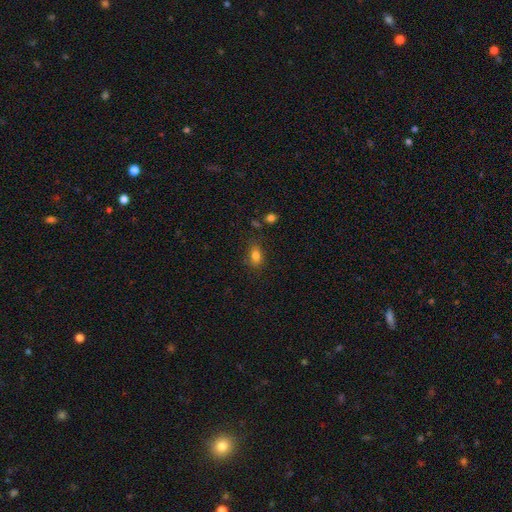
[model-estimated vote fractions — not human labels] Q: Smooth or featured?
A: smooth (81%); runner-up: star or artifact (12%)
Q: How rounded?
A: in between (76%); runner-up: round (22%)
Q: Merging?
A: none (74%); runner-up: minor disturbance (18%)